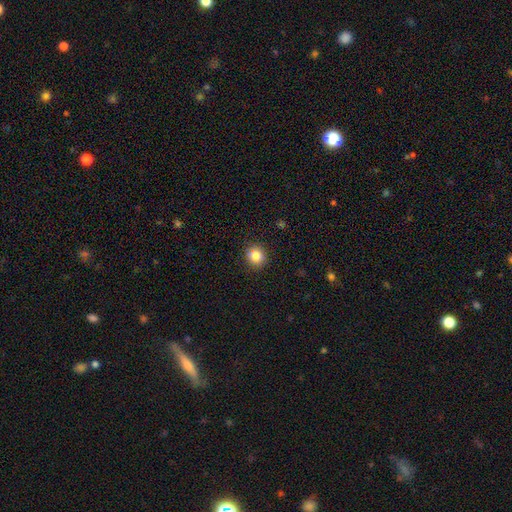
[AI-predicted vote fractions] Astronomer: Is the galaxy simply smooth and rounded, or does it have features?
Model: smooth — 84%.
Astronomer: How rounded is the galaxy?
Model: round — 87%.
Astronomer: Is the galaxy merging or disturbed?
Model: none — 89%.